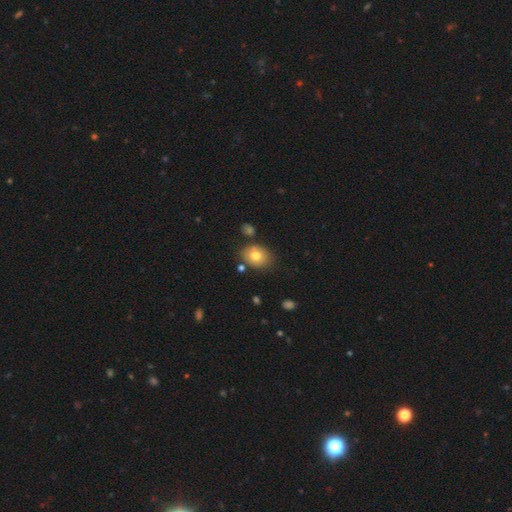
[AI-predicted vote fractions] Smooth or featured: smooth — 76% (featured or disk — 15%)
How rounded: in between — 60% (round — 39%)
Merging: none — 76% (minor disturbance — 14%)